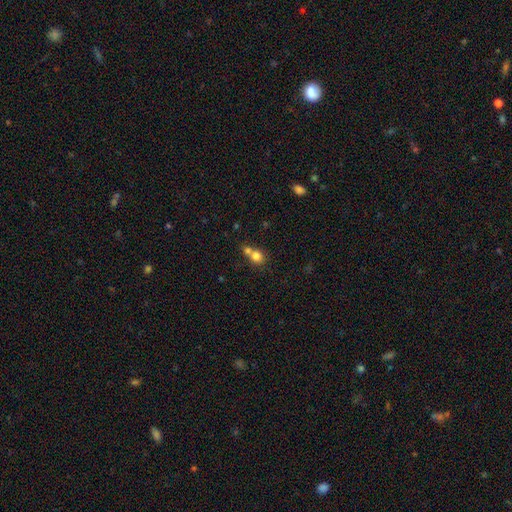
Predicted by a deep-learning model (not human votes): smooth 79%, star or artifact 11%, featured or disk 10%. Down the decision tree: how rounded — round (79%); merging — merger (53%).